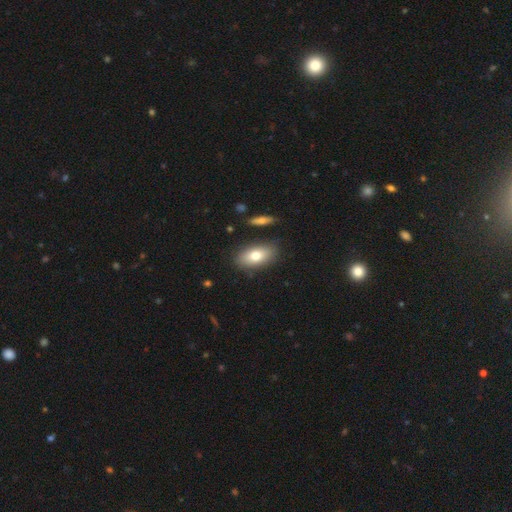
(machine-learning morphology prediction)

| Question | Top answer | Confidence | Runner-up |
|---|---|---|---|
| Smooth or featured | smooth | 75% | featured or disk (17%) |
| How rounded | in between | 88% | round (6%) |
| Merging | none | 83% | minor disturbance (11%) |